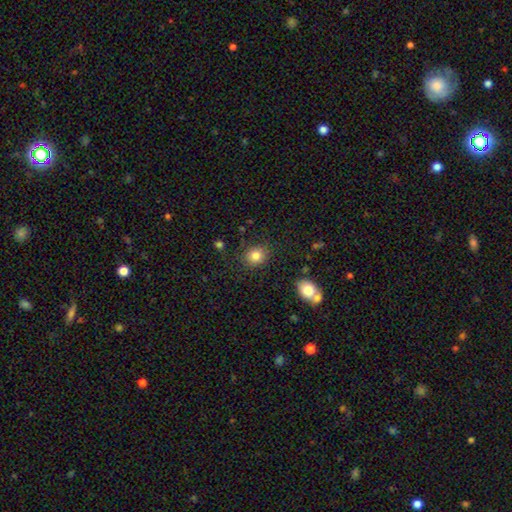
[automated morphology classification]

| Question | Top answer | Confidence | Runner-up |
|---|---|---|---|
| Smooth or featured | smooth | 83% | star or artifact (10%) |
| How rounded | round | 72% | in between (27%) |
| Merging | none | 83% | minor disturbance (11%) |